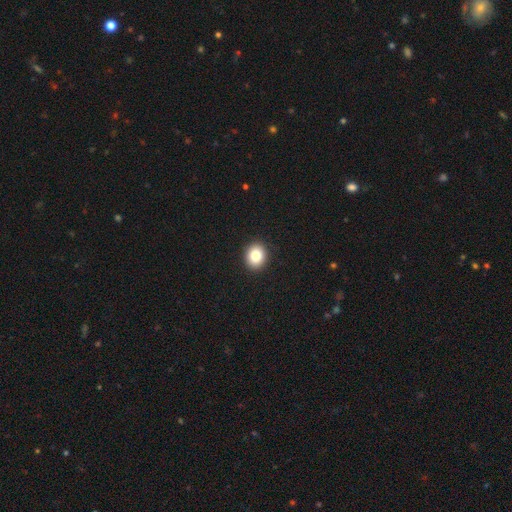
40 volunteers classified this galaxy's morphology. Smooth or featured? 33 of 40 (82%) said smooth. How rounded? 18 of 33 (55%) said in between. Merging? 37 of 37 (100%) said none.